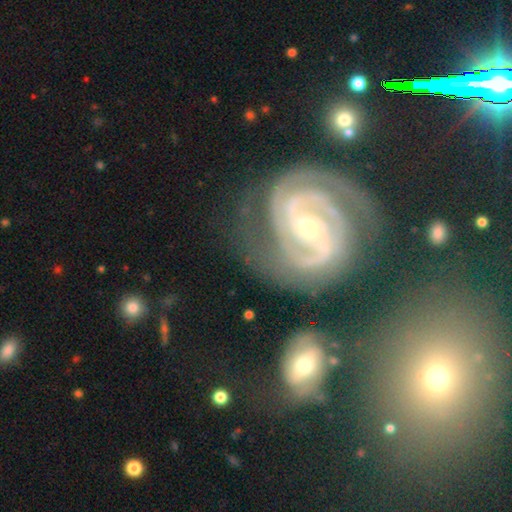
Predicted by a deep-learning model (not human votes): The model was most divided on "bar": strong: 38%, weak: 36%, no: 26%. More confident: spiral arms — yes (98%); edge-on disk — no (97%); smooth or featured — featured or disk (91%); spiral winding — tight (66%); merging — none (66%); spiral arm count — 2 (59%); bulge size — small (58%).